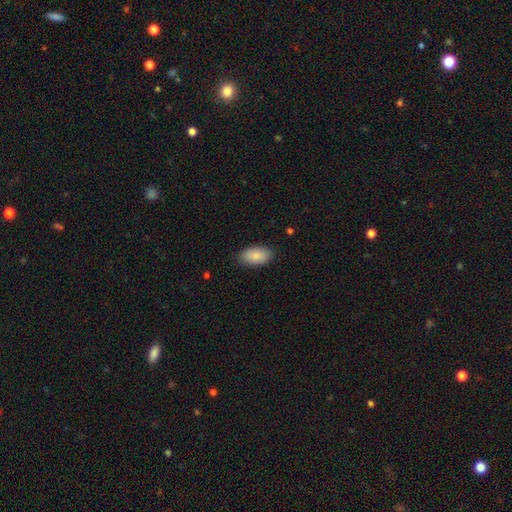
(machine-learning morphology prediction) Smooth or featured: smooth — 87% (featured or disk — 7%)
How rounded: in between — 94% (round — 3%)
Merging: none — 86% (minor disturbance — 11%)